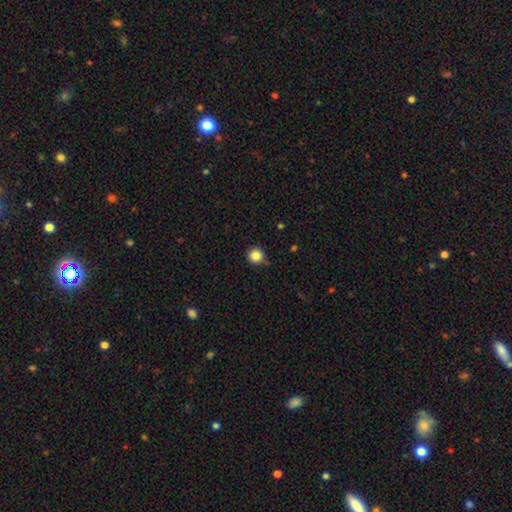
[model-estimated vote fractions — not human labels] A smooth galaxy with no disk features (84%) that is round (96%).

Vote fractions:
- Smooth or featured? smooth: 84% / star or artifact: 11% / featured or disk: 5%
- How rounded? round: 96% / in between: 3% / cigar-shaped: 1%
- Merging? none: 85% / minor disturbance: 10% / merger: 3% / major disturbance: 2%